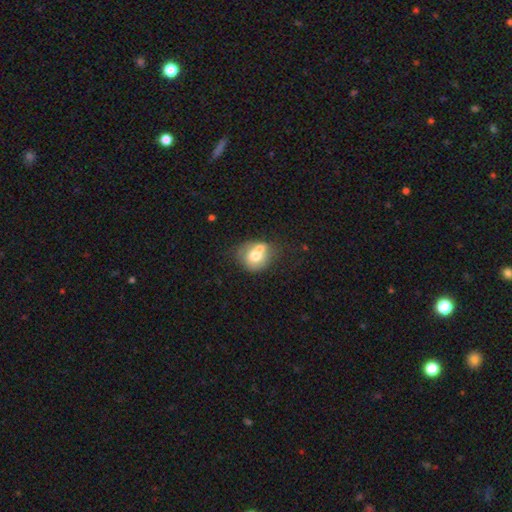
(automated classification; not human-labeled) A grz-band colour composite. It shows a smooth galaxy with no disk features (65%) that is round (71%). Merging: merger (43%).